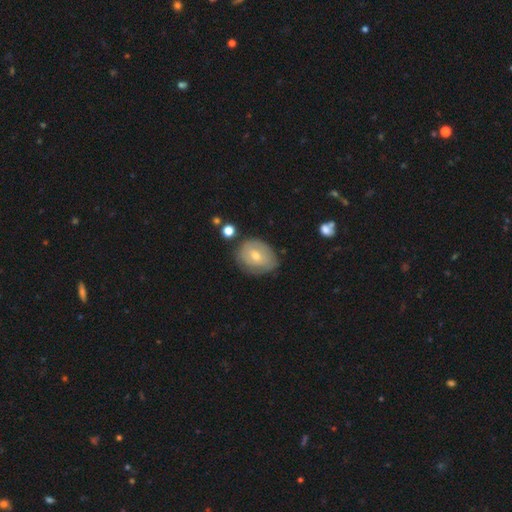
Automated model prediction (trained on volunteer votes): Morphology: type=featured or disk (49%); merging=none (67%).